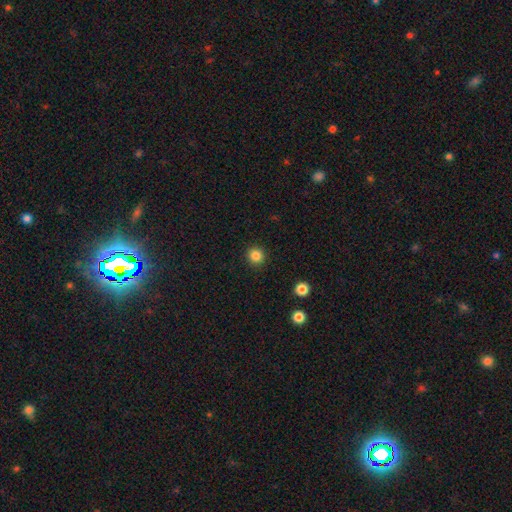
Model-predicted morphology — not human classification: The model was most divided on "smooth or featured": smooth: 85%, star or artifact: 11%, featured or disk: 4%. More confident: how rounded — round (94%); merging — none (93%).